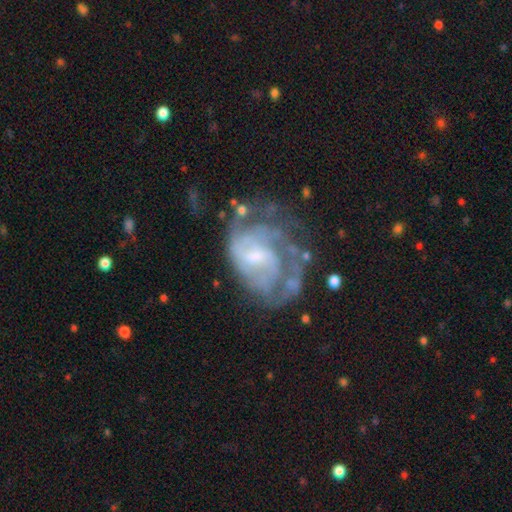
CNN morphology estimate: smooth_or_featured: featured or disk (p=0.79) [alt: smooth p=0.14]
disk_edge_on: no (p=0.98) [alt: yes p=0.02]
bar: weak (p=0.51) [alt: no p=0.39]
has_spiral_arms: yes (p=0.79) [alt: no p=0.21]
spiral_winding: tight (p=0.44) [alt: medium p=0.39]
spiral_arm_count: can't tell (p=0.45) [alt: 2 p=0.23]
bulge_size: small (p=0.46) [alt: moderate p=0.35]
merging: none (p=0.40) [alt: major disturbance p=0.31]